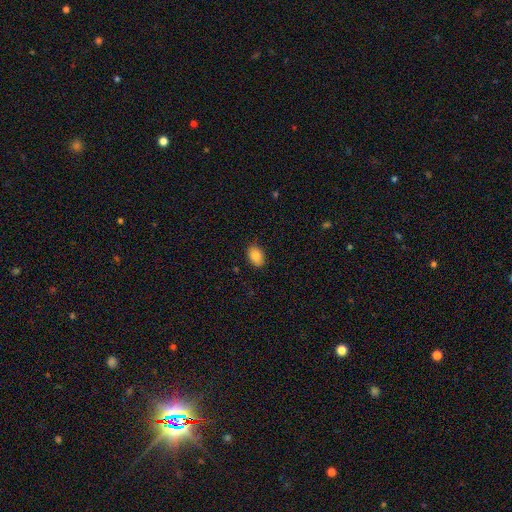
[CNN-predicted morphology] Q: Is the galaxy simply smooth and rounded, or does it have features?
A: smooth — 86%.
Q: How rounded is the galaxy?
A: in between — 81%.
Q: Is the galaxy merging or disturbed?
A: none — 88%.